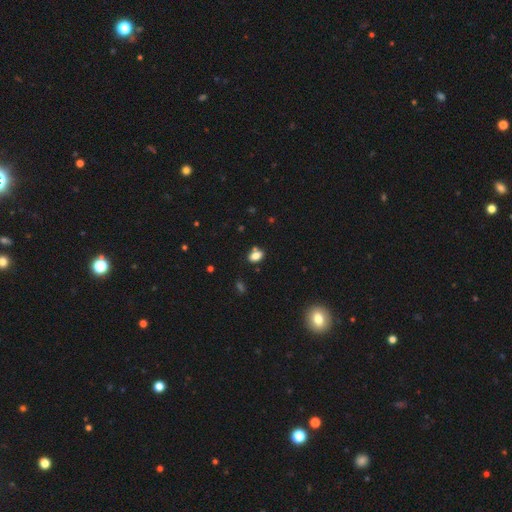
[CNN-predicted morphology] This is likely a smooth galaxy (80%). How rounded: clearly in between (81%). Merging: likely none (69%).